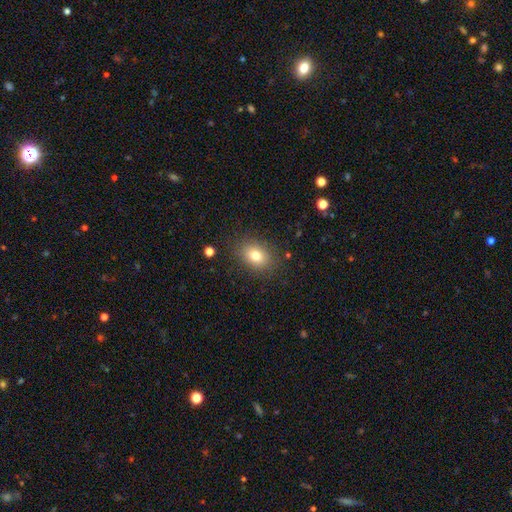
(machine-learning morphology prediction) Smooth or featured: smooth — 79% (star or artifact — 11%)
How rounded: in between — 67% (round — 32%)
Merging: none — 85% (minor disturbance — 10%)